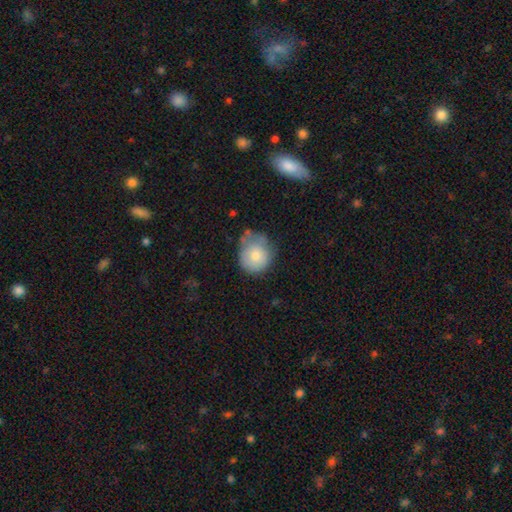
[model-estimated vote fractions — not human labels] smooth-or-featured: smooth: 76% | featured or disk: 17% | star or artifact: 7%
  how-rounded: round: 75% | in between: 24% | cigar-shaped: 1%
  merging: none: 50% | minor disturbance: 35% | major disturbance: 11% | merger: 4%